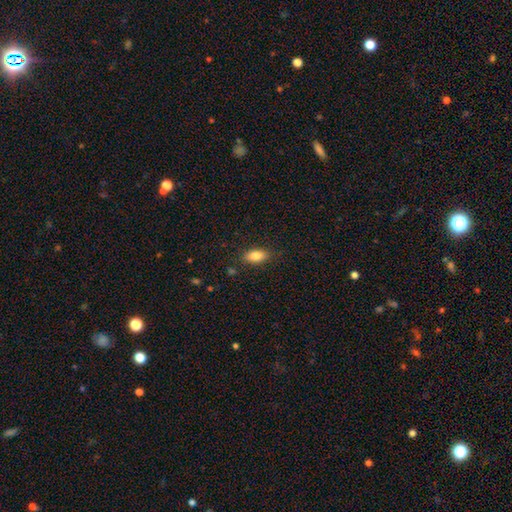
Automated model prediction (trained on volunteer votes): smooth 83%, featured or disk 9%, star or artifact 8%. Down the decision tree: how rounded — in between (88%); merging — none (84%).